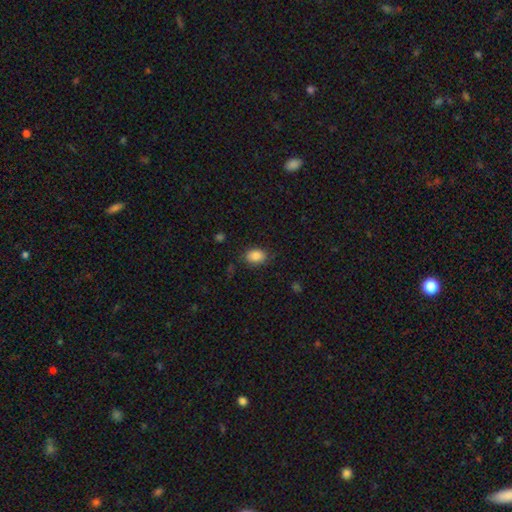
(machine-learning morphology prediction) type=smooth (86%); roundness=in between (76%); merging=none (80%).